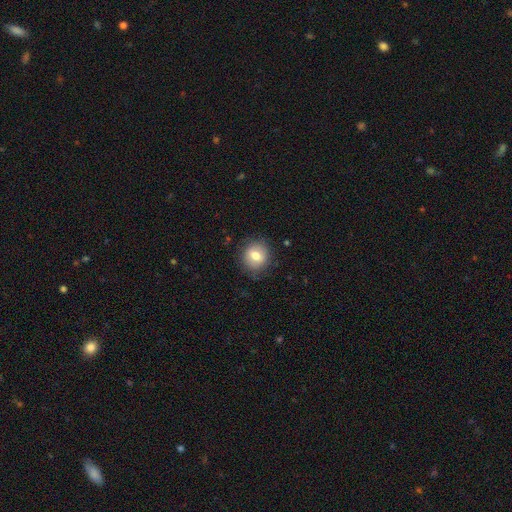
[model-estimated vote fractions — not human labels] Smooth or featured?
  - smooth: 73% *
  - featured or disk: 18%
  - star or artifact: 9%
How rounded?
  - round: 82% *
  - in between: 17%
  - cigar-shaped: 1%
Merging?
  - none: 84% *
  - minor disturbance: 12%
  - major disturbance: 4%
  - merger: 1%